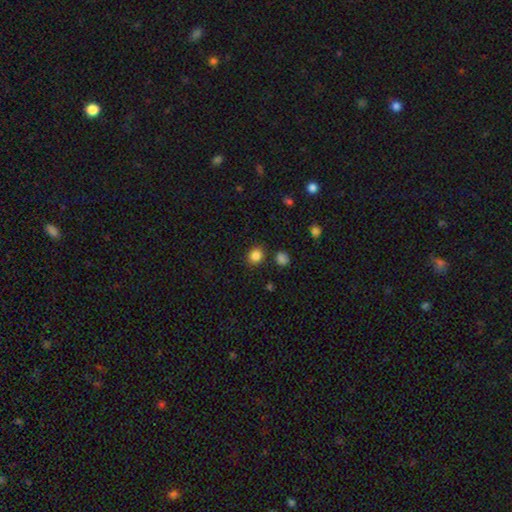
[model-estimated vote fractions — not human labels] Smooth or featured? smooth (85%)
How rounded? round (78%)
Merging? none (85%)